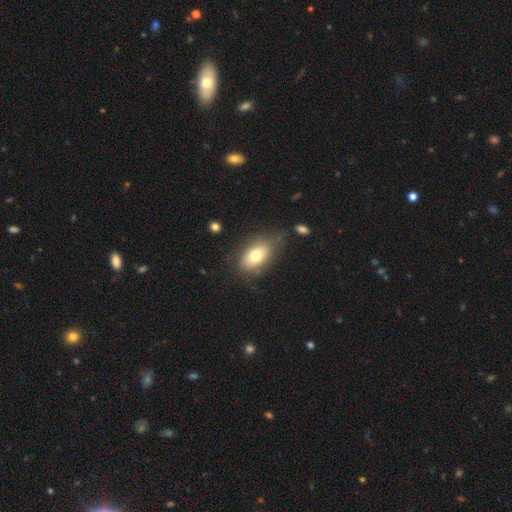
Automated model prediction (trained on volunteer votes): This is likely a smooth galaxy (74%). How rounded: clearly in between (87%). Merging: likely none (66%).